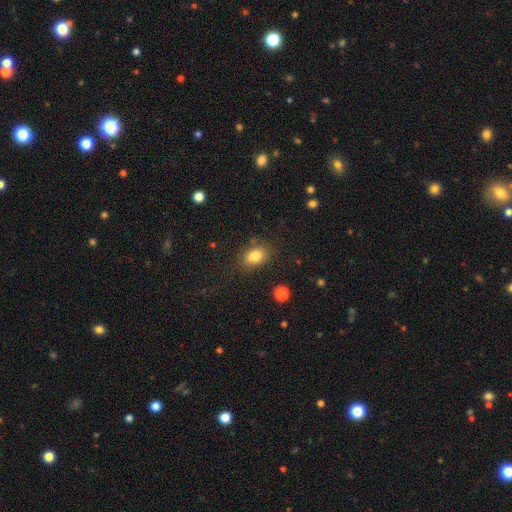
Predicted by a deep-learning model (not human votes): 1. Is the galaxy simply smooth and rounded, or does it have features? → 79% smooth, 11% star or artifact, 10% featured or disk.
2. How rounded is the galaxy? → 71% in between, 27% round, 2% cigar-shaped.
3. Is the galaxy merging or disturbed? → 63% none, 16% minor disturbance, 16% merger, 5% major disturbance.